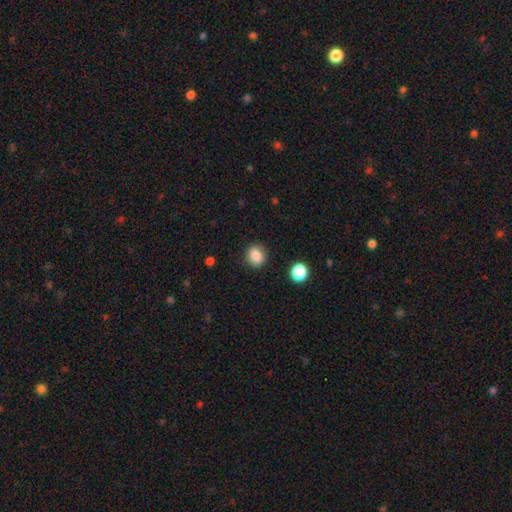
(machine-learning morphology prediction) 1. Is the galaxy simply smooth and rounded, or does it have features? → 85% smooth, 10% star or artifact, 5% featured or disk.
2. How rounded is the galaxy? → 74% round, 25% in between, 1% cigar-shaped.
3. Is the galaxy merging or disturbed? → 88% none, 8% minor disturbance, 2% major disturbance, 2% merger.